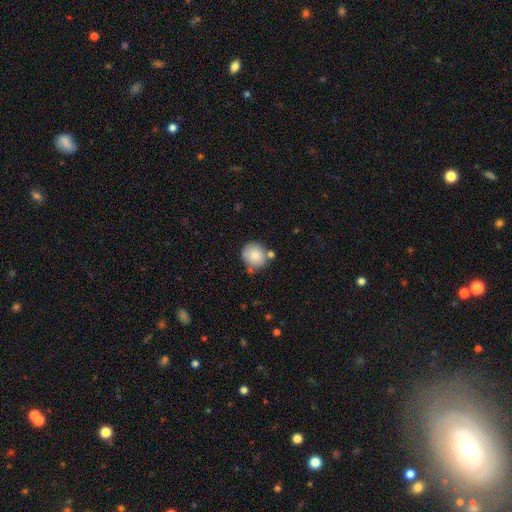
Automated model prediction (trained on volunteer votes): Smooth or featured? Predicted: smooth (p=0.85). How rounded? Predicted: round (p=0.86). Merging? Predicted: none (p=0.70).